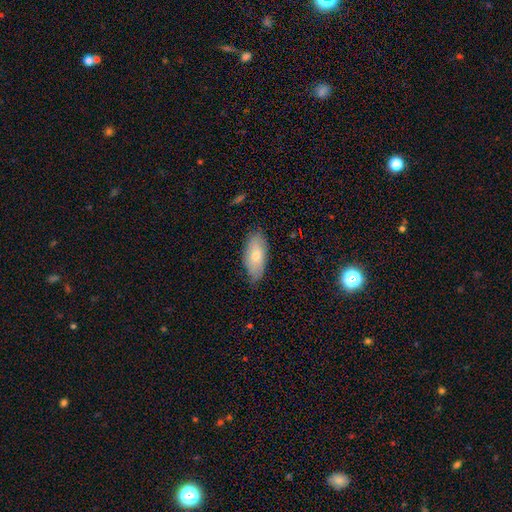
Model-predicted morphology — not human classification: type=smooth (67%); roundness=in between (87%); merging=none (80%).